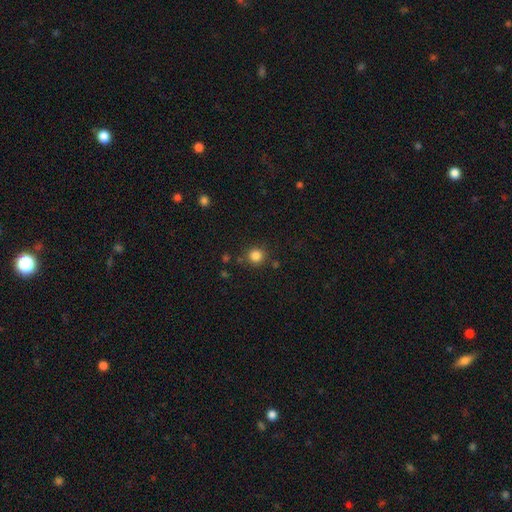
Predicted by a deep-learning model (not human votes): Smooth or featured? smooth (84%)
How rounded? round (92%)
Merging? none (84%)